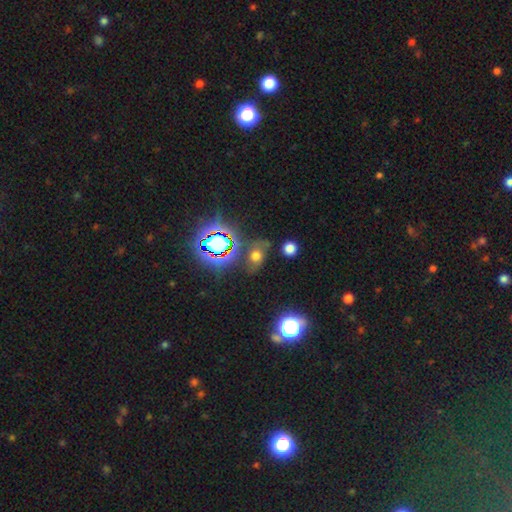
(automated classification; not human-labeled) This appears to be a smooth galaxy with no disk features (47%). Merging: none (61%).